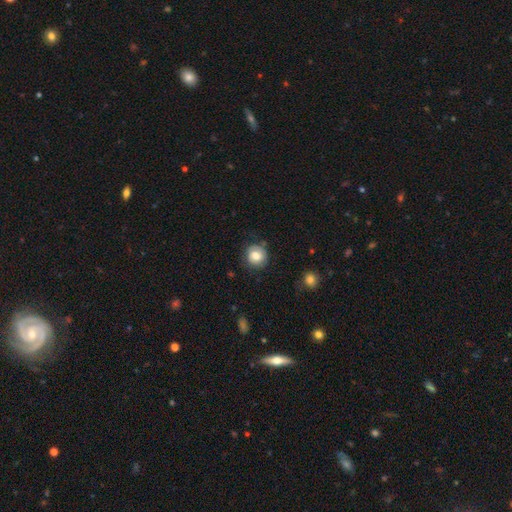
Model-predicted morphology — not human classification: smooth_or_featured: smooth (p=0.75) [alt: featured or disk p=0.16]
how_rounded: round (p=0.83) [alt: in between p=0.16]
merging: none (p=0.73) [alt: minor disturbance p=0.19]